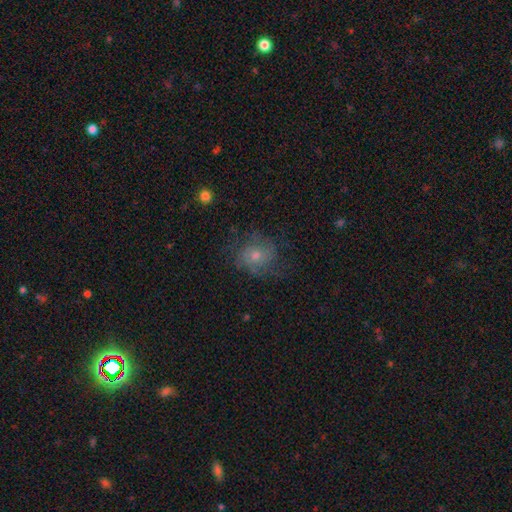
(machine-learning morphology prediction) This appears to be a featured or disk galaxy (56%) with no bar (79%), spiral arms (84%) and a moderate central bulge (47%). Merging: none (65%).